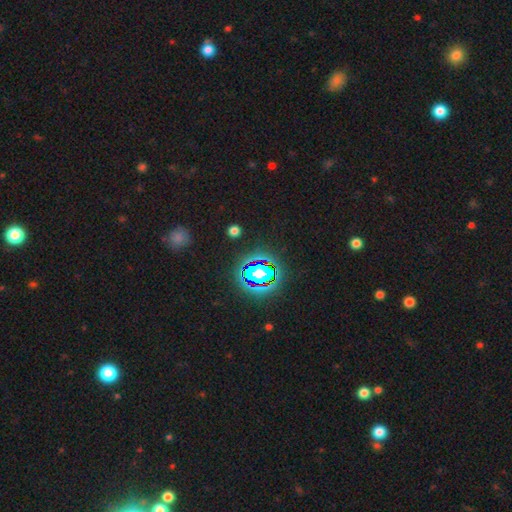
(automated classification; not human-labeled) Overall: star or artifact (81%).